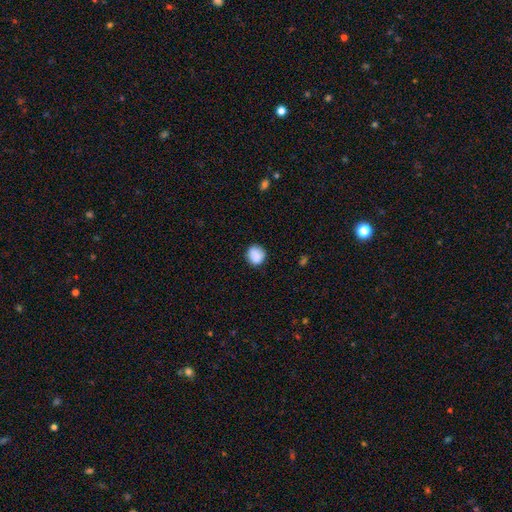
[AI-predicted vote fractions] This is clearly a smooth galaxy (87%). How rounded: clearly round (83%). Merging: likely none (80%).